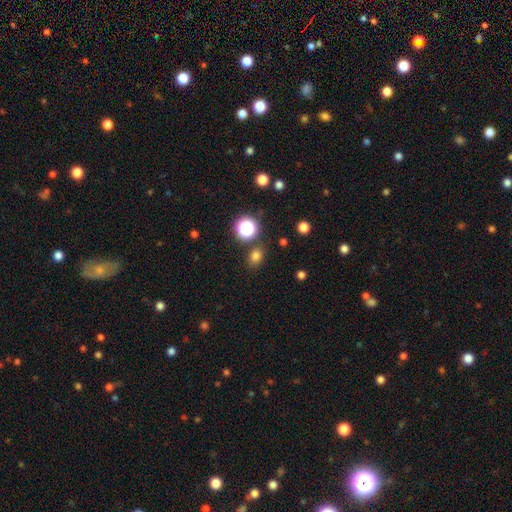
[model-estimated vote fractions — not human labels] This is likely a smooth galaxy (75%). How rounded: possibly round (54%). Merging: clearly none (82%).